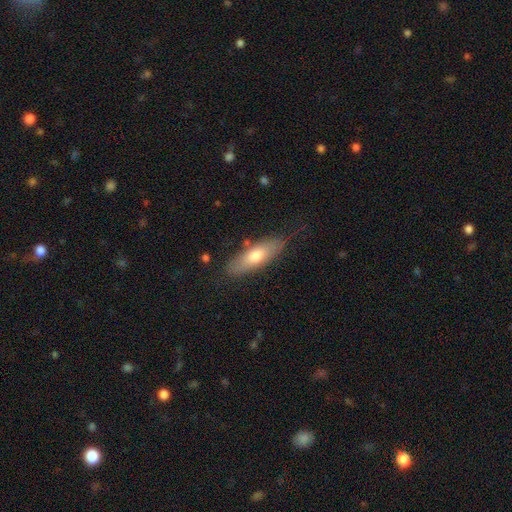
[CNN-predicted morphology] A smooth galaxy with no disk features (65%) that is in between round and cigar-shaped (55%). Merging: none (76%).